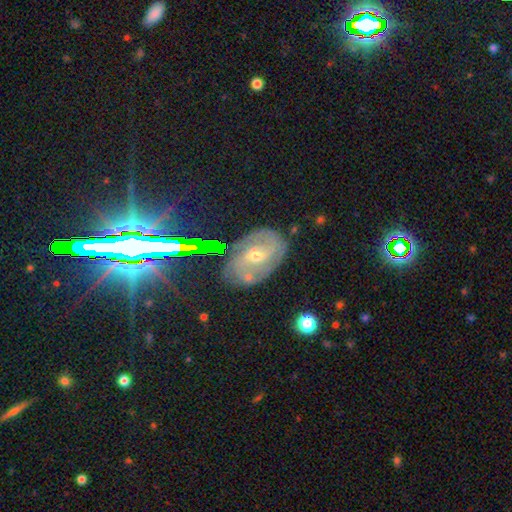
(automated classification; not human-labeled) Smooth or featured? featured or disk (71%)
Edge-on disk? no (95%)
Bar? weak (47%)
Spiral arms? yes (87%)
Spiral winding? tight (44%)
Spiral arm count? 2 (52%)
Bulge size? moderate (48%, tied with small)
Merging? none (74%)